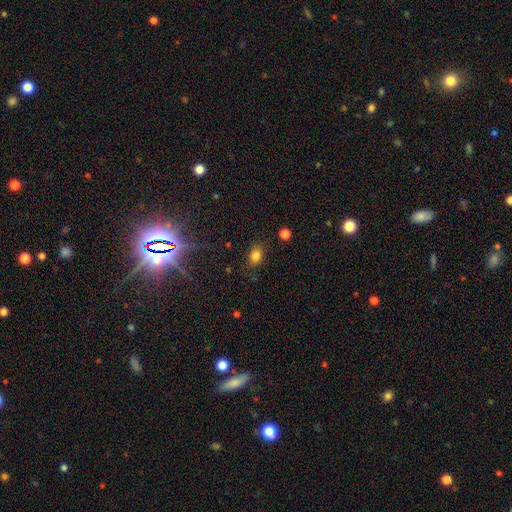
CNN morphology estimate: Smooth or featured: smooth — 80% (star or artifact — 13%)
How rounded: in between — 68% (round — 31%)
Merging: none — 81% (minor disturbance — 14%)